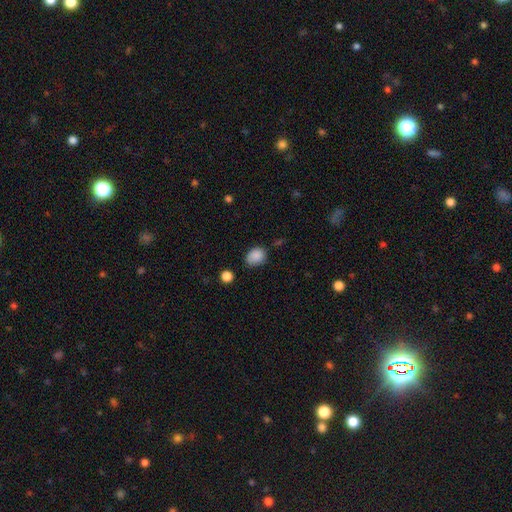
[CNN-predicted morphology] A smooth galaxy with no disk features (87%) that is in between round and cigar-shaped (55%). Merging: none (66%).